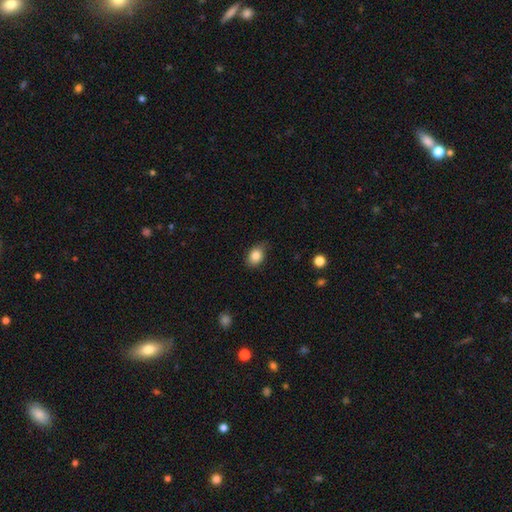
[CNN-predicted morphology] This is clearly a smooth galaxy (84%). How rounded: likely in between (66%). Merging: likely none (71%).